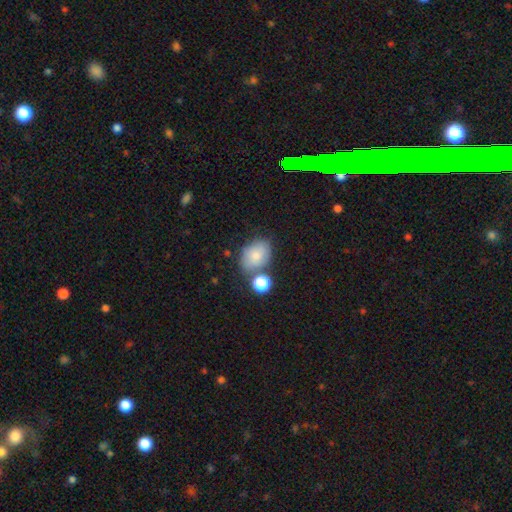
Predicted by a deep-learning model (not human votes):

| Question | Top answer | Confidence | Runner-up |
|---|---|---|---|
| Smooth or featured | smooth | 71% | featured or disk (18%) |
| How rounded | in between | 69% | round (30%) |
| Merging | none | 58% | minor disturbance (20%) |